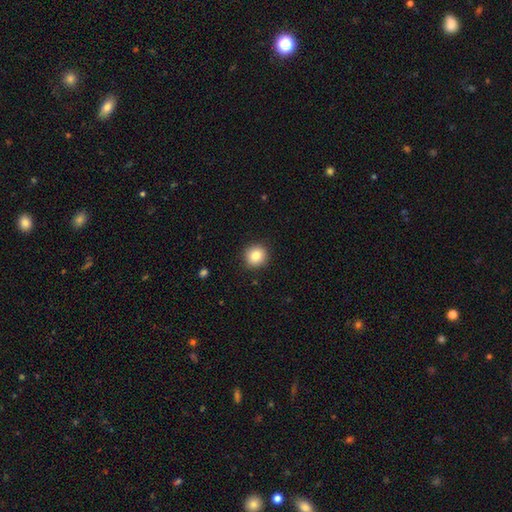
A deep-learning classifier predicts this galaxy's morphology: smooth 84%, star or artifact 9%, featured or disk 7%. Down the decision tree: how rounded — round (91%); merging — none (91%).